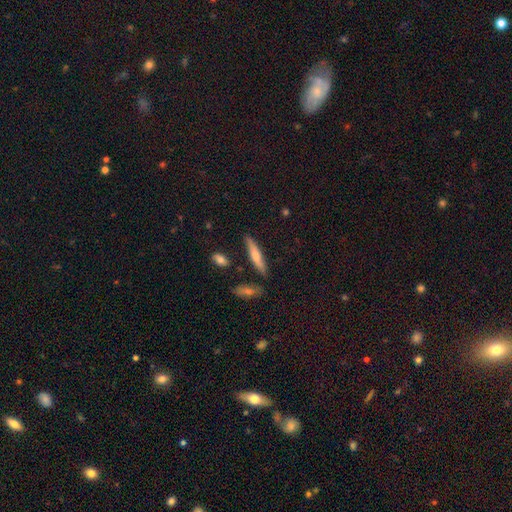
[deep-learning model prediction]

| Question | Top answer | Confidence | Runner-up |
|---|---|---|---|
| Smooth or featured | smooth | 59% | featured or disk (35%) |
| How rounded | cigar-shaped | 85% | in between (13%) |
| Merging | none | 81% | minor disturbance (12%) |